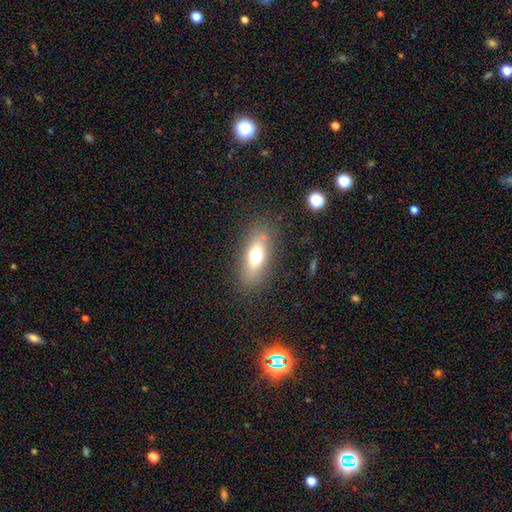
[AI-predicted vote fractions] This is likely a smooth galaxy (64%). How rounded: likely in between (67%). Merging: clearly none (81%).